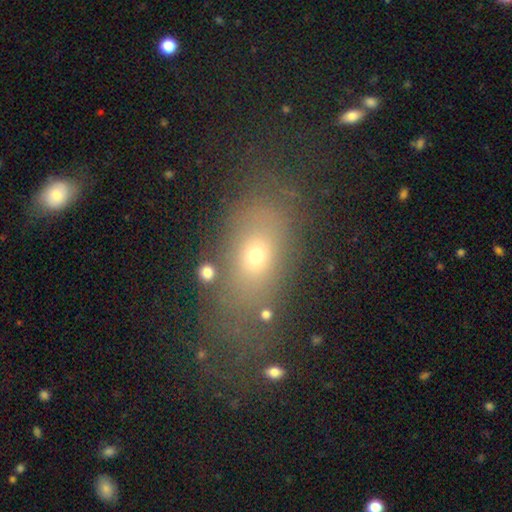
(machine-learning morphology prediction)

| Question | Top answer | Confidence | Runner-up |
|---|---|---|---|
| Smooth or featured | smooth | 60% | featured or disk (22%) |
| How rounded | in between | 73% | round (19%) |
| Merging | none | 66% | minor disturbance (16%) |